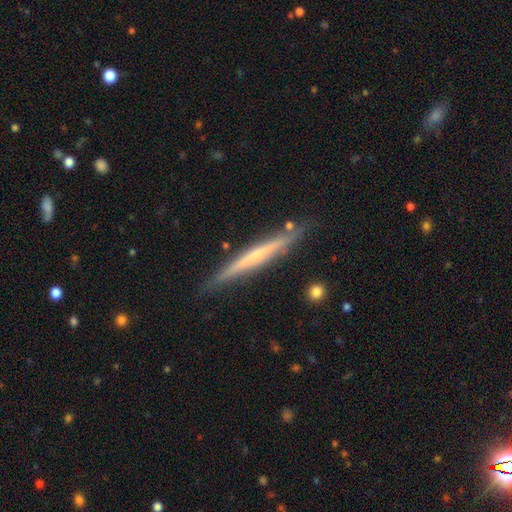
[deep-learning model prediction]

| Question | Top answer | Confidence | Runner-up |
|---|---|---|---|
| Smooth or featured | featured or disk | 58% | smooth (36%) |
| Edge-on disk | yes | 97% | no (3%) |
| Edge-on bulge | none | 69% | rounded (24%) |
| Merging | none | 85% | minor disturbance (11%) |